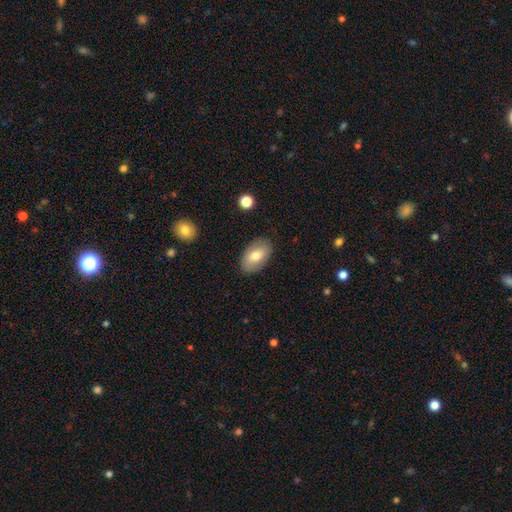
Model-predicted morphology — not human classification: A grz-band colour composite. It shows a smooth galaxy with no disk features (69%) that is in between round and cigar-shaped (92%). Merging: none (86%).